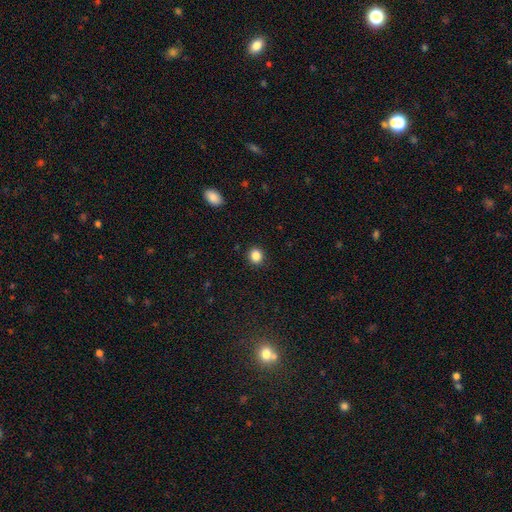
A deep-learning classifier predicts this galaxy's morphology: smooth 86%, star or artifact 11%, featured or disk 3%. Down the decision tree: how rounded — round (82%); merging — none (91%).